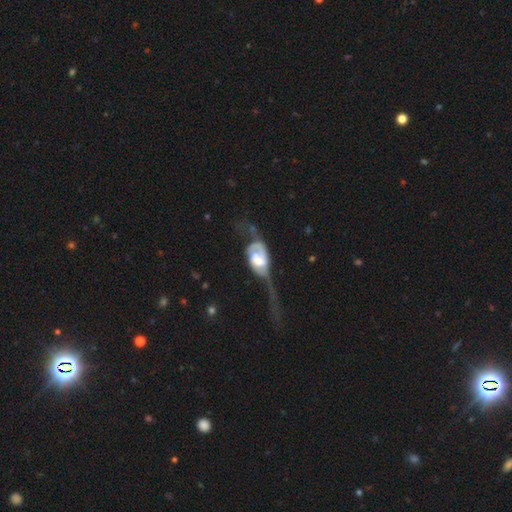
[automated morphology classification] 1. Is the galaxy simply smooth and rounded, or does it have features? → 68% featured or disk, 26% smooth, 6% star or artifact.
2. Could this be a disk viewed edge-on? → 95% no, 5% yes.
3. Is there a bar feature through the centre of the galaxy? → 66% no, 25% weak, 9% strong.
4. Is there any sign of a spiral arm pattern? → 63% yes, 37% no.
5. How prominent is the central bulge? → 41% moderate, 32% large, 15% small, 7% none, 6% dominant.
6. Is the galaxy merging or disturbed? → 57% major disturbance, 20% merger, 11% none, 11% minor disturbance.